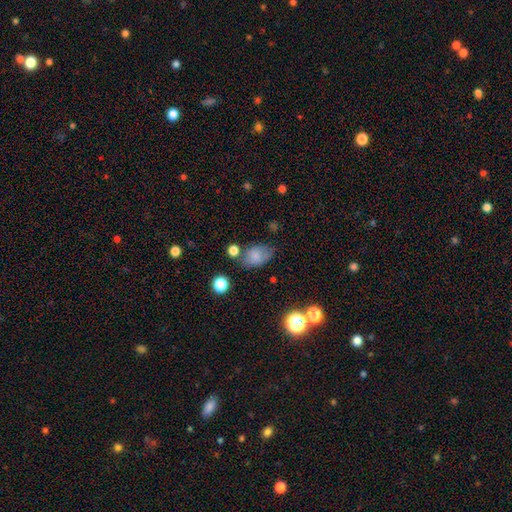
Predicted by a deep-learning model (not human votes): Smooth or featured: smooth — 76% (featured or disk — 13%)
How rounded: in between — 84% (round — 14%)
Merging: none — 57% (minor disturbance — 25%)